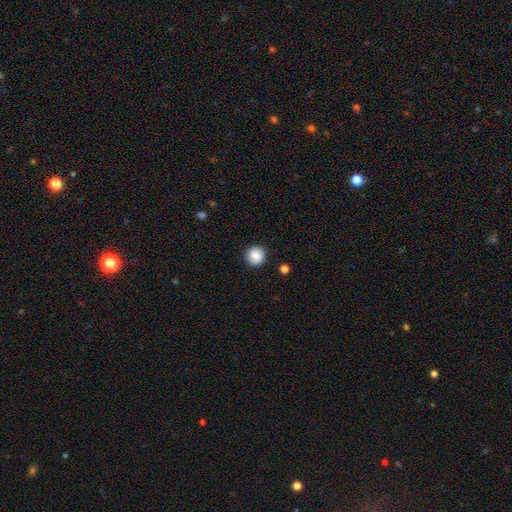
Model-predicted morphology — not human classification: Overall: smooth (87%). How rounded: round (93%). Merging: none (90%).